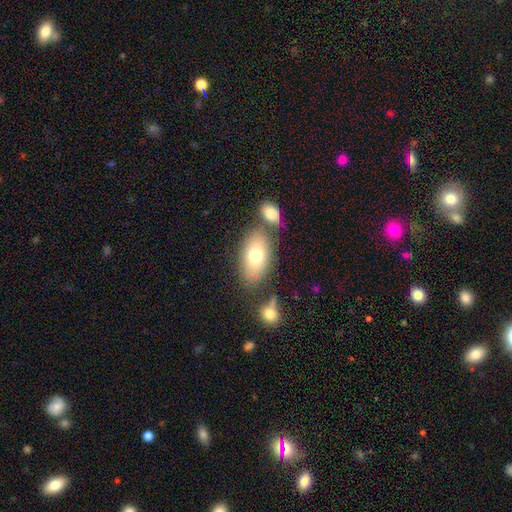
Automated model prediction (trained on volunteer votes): A smooth galaxy with no disk features (74%) that is in between round and cigar-shaped (89%). Merging: none (64%).